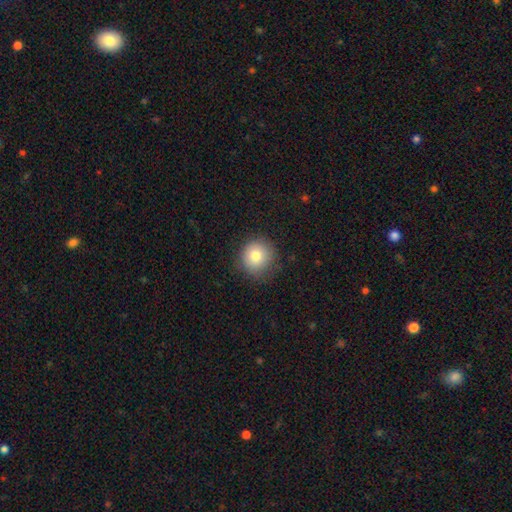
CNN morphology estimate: A smooth galaxy with no disk features (80%) that is round (92%). Merging: none (82%).